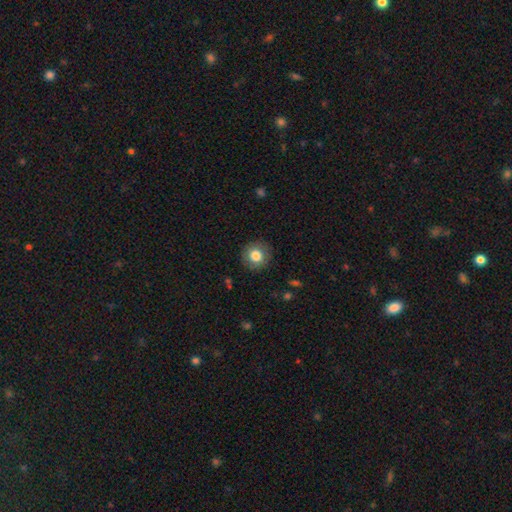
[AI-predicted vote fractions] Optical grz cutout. It shows a smooth galaxy with no disk features (81%) that is round (93%). Merging: none (89%).